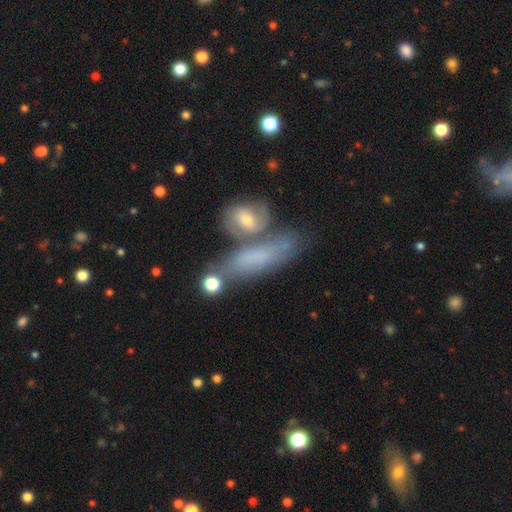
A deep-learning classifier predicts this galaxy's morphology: Smooth or featured: smooth — 52% (featured or disk — 37%)
How rounded: cigar-shaped — 56% (in between — 37%)
Merging: none — 52% (merger — 25%)